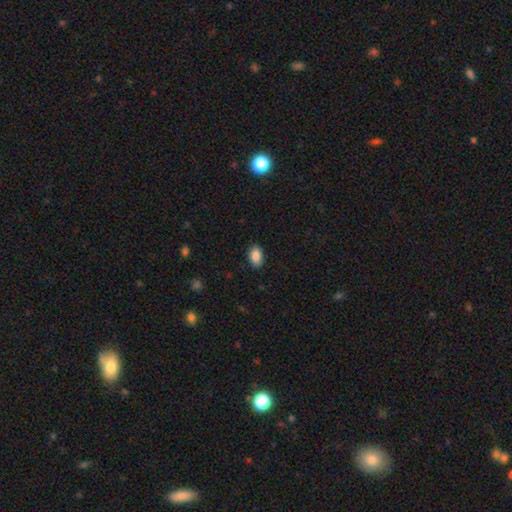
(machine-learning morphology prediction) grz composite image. It shows a smooth galaxy with no disk features (88%) that is in between round and cigar-shaped (90%). Merging: none (87%).